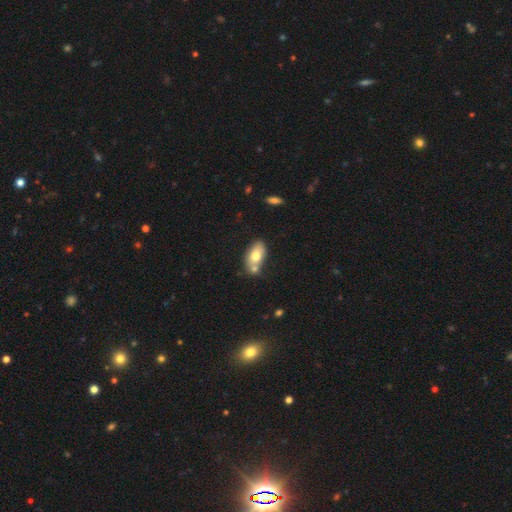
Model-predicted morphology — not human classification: Overall: smooth (70%). How rounded: in between (89%). Merging: none (52%; merger 31%).